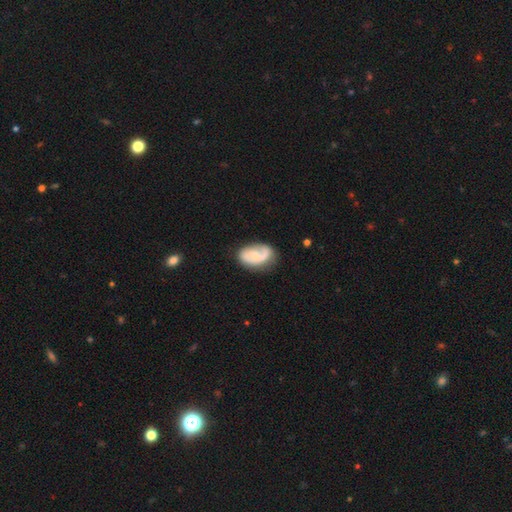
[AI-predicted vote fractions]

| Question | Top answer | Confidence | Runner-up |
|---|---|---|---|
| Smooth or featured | featured or disk | 61% | smooth (33%) |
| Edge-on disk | no | 97% | yes (3%) |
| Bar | no | 68% | weak (26%) |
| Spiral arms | yes | 82% | no (18%) |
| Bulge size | small | 54% | moderate (28%) |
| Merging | none | 62% | minor disturbance (25%) |